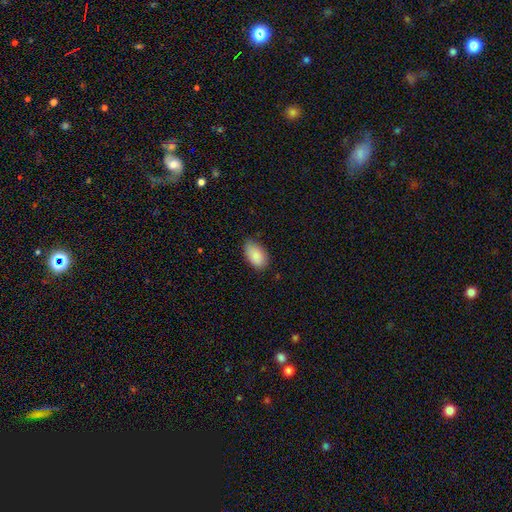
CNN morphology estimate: smooth 87%, star or artifact 7%, featured or disk 6%. Down the decision tree: how rounded — in between (93%); merging — none (71%).